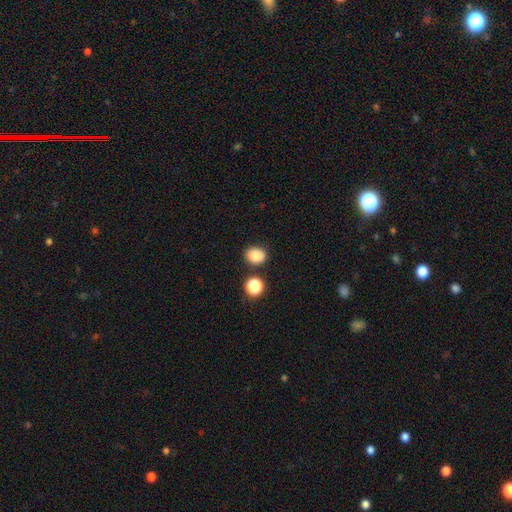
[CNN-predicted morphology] smooth-or-featured: smooth: 84% | star or artifact: 11% | featured or disk: 5%
  how-rounded: round: 56% | in between: 43% | cigar-shaped: 1%
  merging: none: 83% | minor disturbance: 9% | merger: 6% | major disturbance: 3%